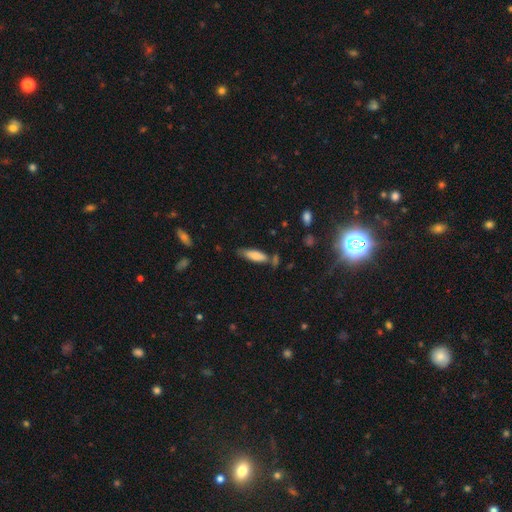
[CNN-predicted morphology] Smooth or featured: smooth — 80% (featured or disk — 14%)
How rounded: in between — 51% (cigar-shaped — 48%)
Merging: none — 57% (minor disturbance — 24%)